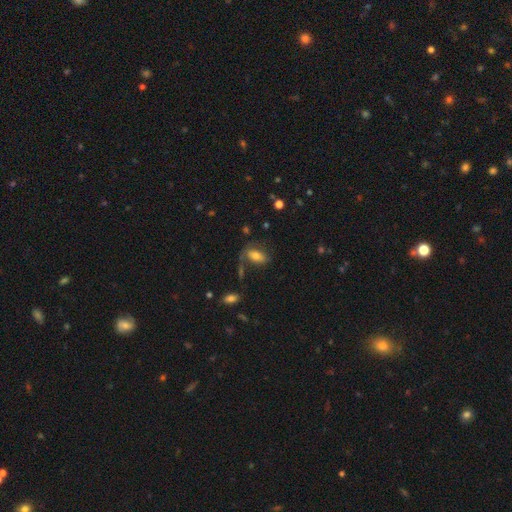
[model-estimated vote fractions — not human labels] A smooth galaxy with no disk features (63%) that is in between round and cigar-shaped (87%). Merging: none (56%).